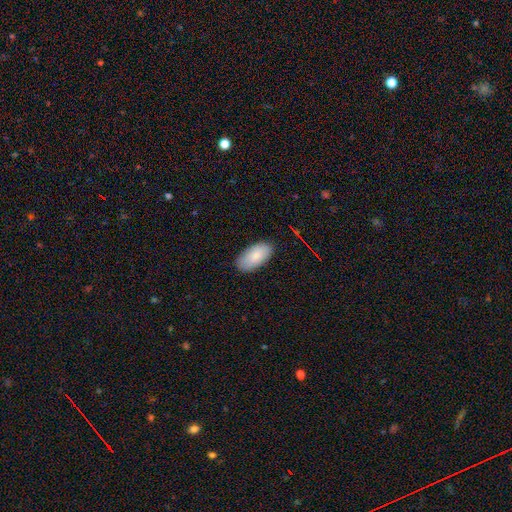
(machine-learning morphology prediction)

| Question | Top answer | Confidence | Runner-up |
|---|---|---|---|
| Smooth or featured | smooth | 85% | featured or disk (9%) |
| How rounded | in between | 94% | cigar-shaped (3%) |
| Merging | none | 85% | minor disturbance (11%) |